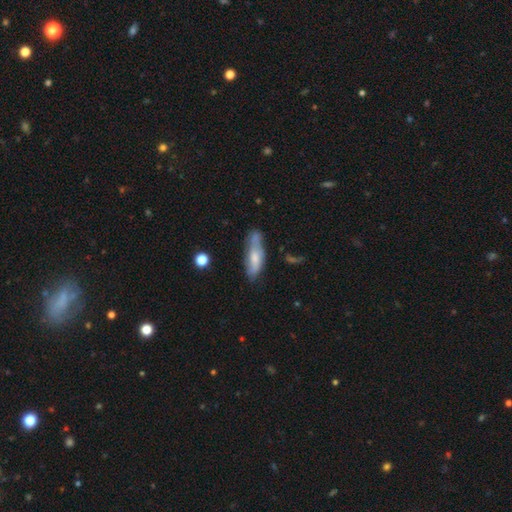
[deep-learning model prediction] smooth-or-featured: smooth: 51% | featured or disk: 41% | star or artifact: 8%
  how-rounded: in between: 51% | cigar-shaped: 47% | round: 2%
  merging: none: 53% | minor disturbance: 28% | major disturbance: 10% | merger: 8%